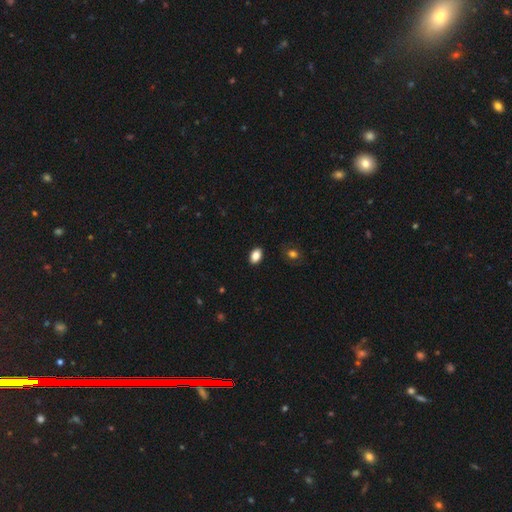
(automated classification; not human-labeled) Overall: smooth (87%). How rounded: in between (86%). Merging: none (90%).